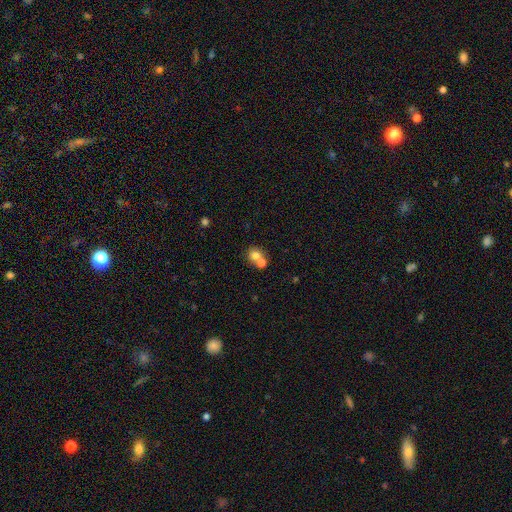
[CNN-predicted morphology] smooth_or_featured: smooth (p=0.74) [alt: featured or disk p=0.14]
how_rounded: round (p=0.80) [alt: in between p=0.19]
merging: merger (p=0.50) [alt: none p=0.41]